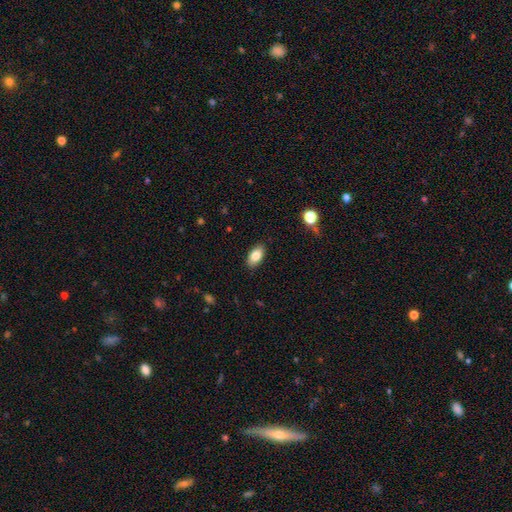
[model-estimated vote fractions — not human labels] A smooth galaxy with no disk features (84%) that is in between round and cigar-shaped (92%).

Vote fractions:
- Smooth or featured? smooth: 84% / featured or disk: 9% / star or artifact: 8%
- How rounded? in between: 92% / round: 4% / cigar-shaped: 3%
- Merging? none: 88% / minor disturbance: 9% / major disturbance: 2% / merger: 1%